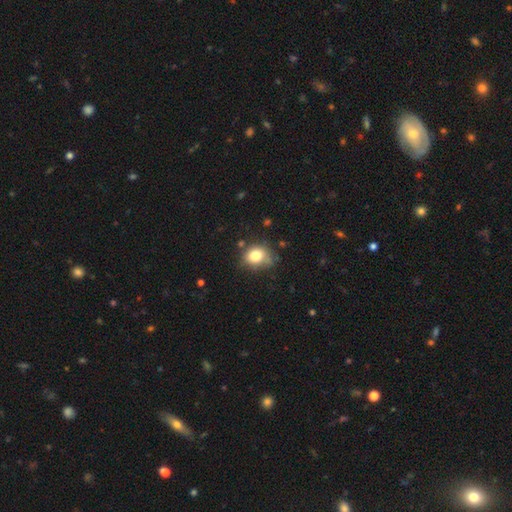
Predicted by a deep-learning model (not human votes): A smooth galaxy with no disk features (78%) that is round (53%). Merging: none (59%).